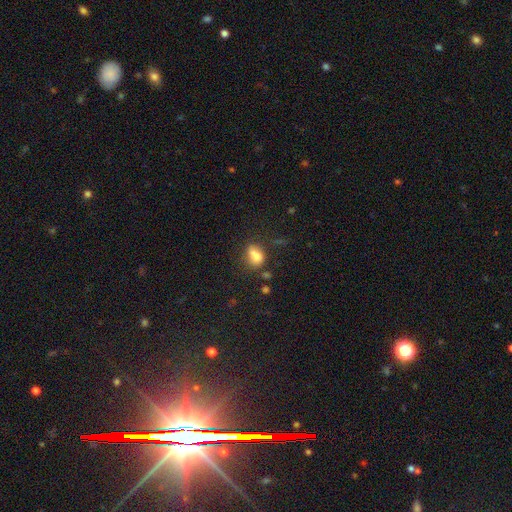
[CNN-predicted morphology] Smooth or featured? smooth (74%)
How rounded? in between (67%)
Merging? none (44%)